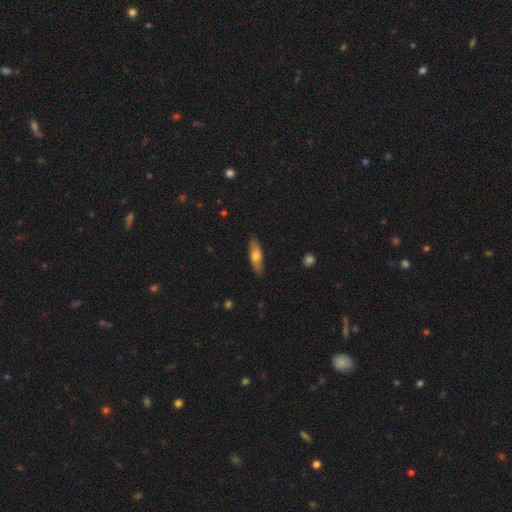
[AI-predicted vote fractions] Morphology: type=smooth (67%); roundness=cigar-shaped (53%); merging=none (88%).